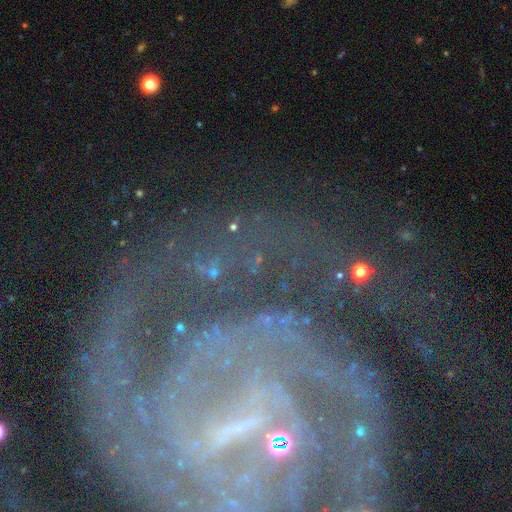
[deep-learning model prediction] smooth-or-featured: featured or disk: 83% | star or artifact: 10% | smooth: 7%
  disk-edge-on: no: 97% | yes: 3%
    bar: strong: 38% (tied) | weak: 38% (tied) | no: 24%
    has-spiral-arms: yes: 94% | no: 6%
      spiral-winding: tight: 58% | medium: 32% | loose: 10%
      spiral-arm-count: 2: 37% | can't tell: 21% | 3: 15% | 4: 10% | 1: 9% | more than 4: 9%
    bulge-size: small: 57% | moderate: 24% | none: 13% | large: 4% | dominant: 2%
  merging: none: 67% | minor disturbance: 16% | major disturbance: 14% | merger: 3%